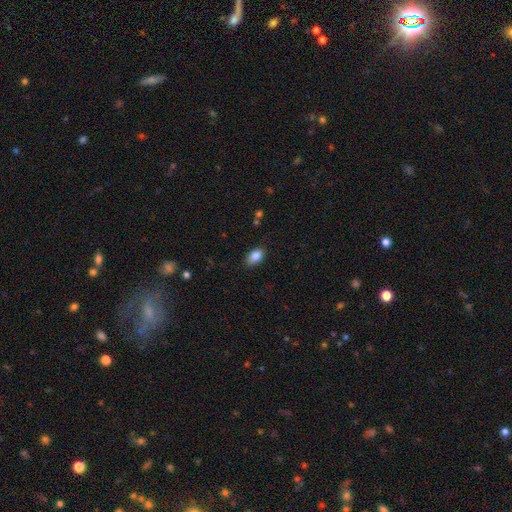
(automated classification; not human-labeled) smooth_or_featured: smooth (p=0.87) [alt: star or artifact p=0.08]
how_rounded: in between (p=0.89) [alt: round p=0.09]
merging: none (p=0.83) [alt: minor disturbance p=0.13]